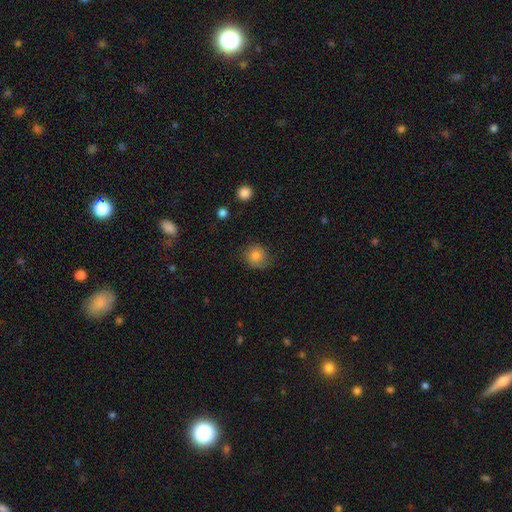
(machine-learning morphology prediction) This appears to be a smooth galaxy with no disk features (80%) that is round (84%). Merging: none (69%).